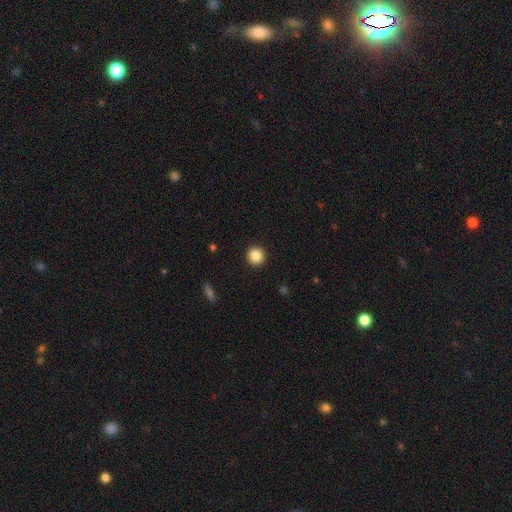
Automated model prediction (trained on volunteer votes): A smooth galaxy with no disk features (87%) that is round (95%).

Vote fractions:
- Smooth or featured? smooth: 87% / star or artifact: 9% / featured or disk: 4%
- How rounded? round: 95% / in between: 4% / cigar-shaped: 1%
- Merging? none: 93% / minor disturbance: 5% / major disturbance: 2% / merger: 1%